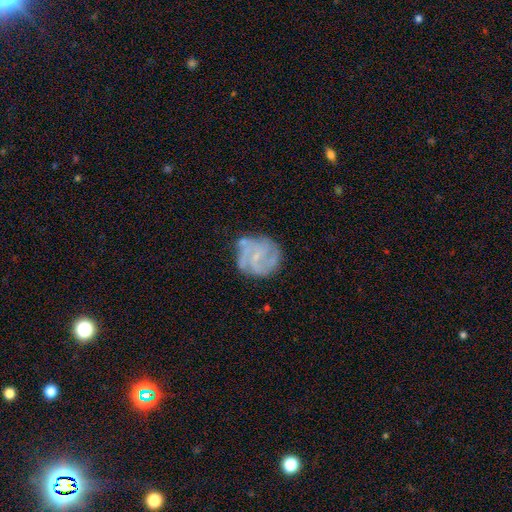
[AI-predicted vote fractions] featured or disk 78%, smooth 15%, star or artifact 7%. Down the decision tree: edge-on disk — no (98%); bar — no (53%); spiral arms — yes (93%); spiral arm count — 3 (36%); spiral winding — tight (44%); bulge size — small (71%); merging — none (66%).